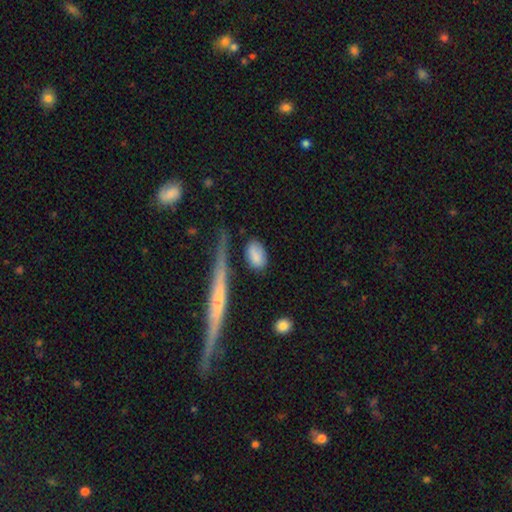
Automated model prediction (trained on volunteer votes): Smooth or featured?
  - smooth: 82% *
  - featured or disk: 12%
  - star or artifact: 7%
How rounded?
  - in between: 83% *
  - round: 11%
  - cigar-shaped: 6%
Merging?
  - none: 67% *
  - minor disturbance: 20%
  - major disturbance: 7%
  - merger: 5%